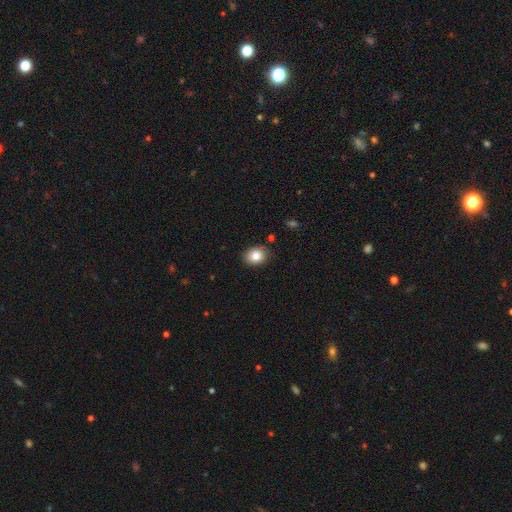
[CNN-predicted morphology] smooth 83%, star or artifact 9%, featured or disk 8%. Down the decision tree: how rounded — in between (62%); merging — none (86%).